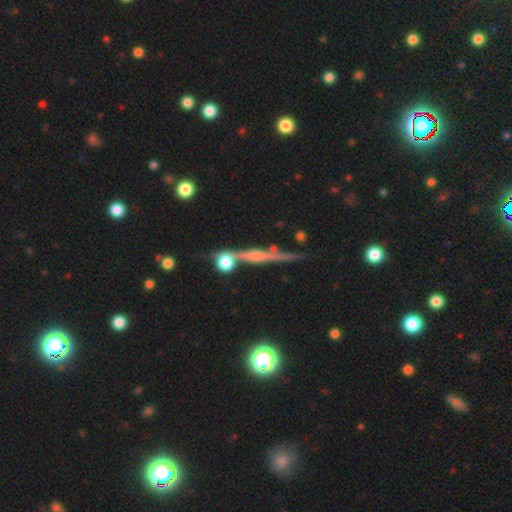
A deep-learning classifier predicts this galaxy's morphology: A featured or disk galaxy (58%) viewed edge-on (91%) with a rounded central bulge (61%).

Vote fractions:
- Smooth or featured? featured or disk: 58% / smooth: 23% / star or artifact: 18%
- Edge-on disk? yes: 91% / no: 9%
- Edge-on bulge? rounded: 61% / none: 29% / boxy: 10%
- Merging? none: 72% / merger: 11% / minor disturbance: 11% / major disturbance: 5%